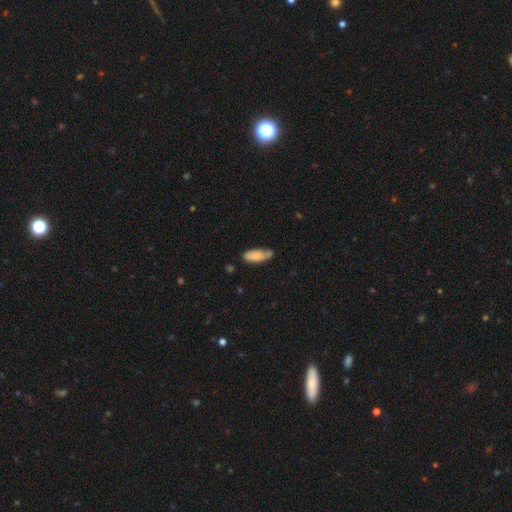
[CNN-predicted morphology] A smooth galaxy with no disk features (75%) that is in between round and cigar-shaped (74%). Merging: none (58%).